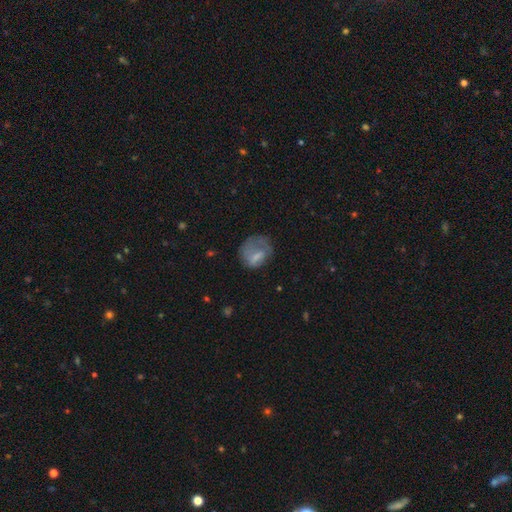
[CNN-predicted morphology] smooth-or-featured: smooth: 63% | featured or disk: 28% | star or artifact: 10%
  how-rounded: round: 57% | in between: 41% | cigar-shaped: 2%
  merging: major disturbance: 37% | none: 35% | minor disturbance: 26% | merger: 2%